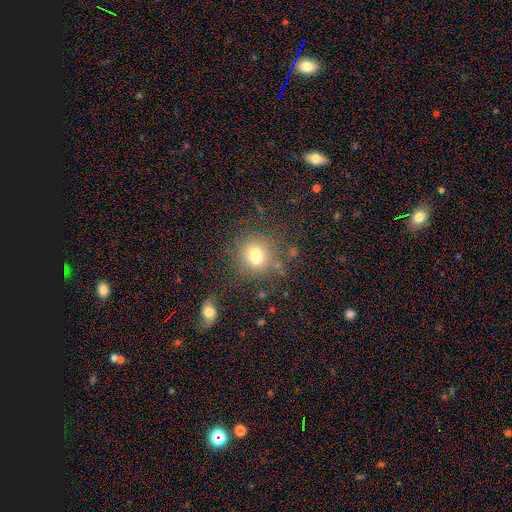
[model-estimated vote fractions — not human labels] smooth-or-featured: smooth: 72% | star or artifact: 15% | featured or disk: 13%
  how-rounded: round: 81% | in between: 18% | cigar-shaped: 1%
  merging: none: 71% | minor disturbance: 14% | merger: 8% | major disturbance: 7%